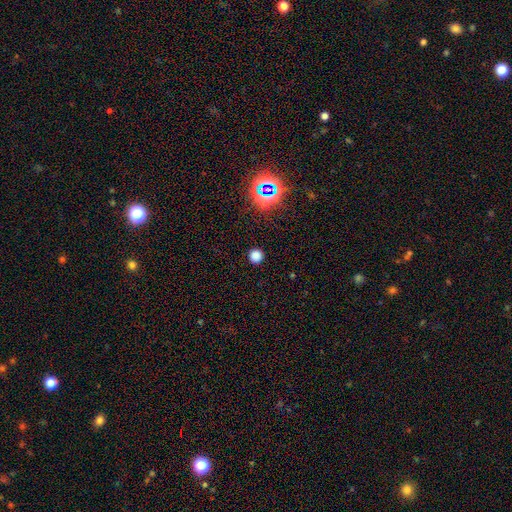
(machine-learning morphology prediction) smooth 75%, star or artifact 21%, featured or disk 5%. Down the decision tree: how rounded — round (93%); merging — none (90%).